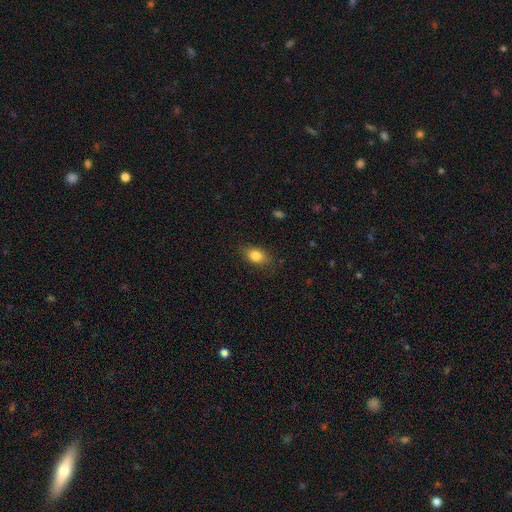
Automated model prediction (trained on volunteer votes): A smooth galaxy with no disk features (83%) that is in between round and cigar-shaped (82%).

Vote fractions:
- Smooth or featured? smooth: 83% / star or artifact: 9% / featured or disk: 8%
- How rounded? in between: 82% / round: 15% / cigar-shaped: 3%
- Merging? none: 82% / minor disturbance: 13% / major disturbance: 3% / merger: 1%